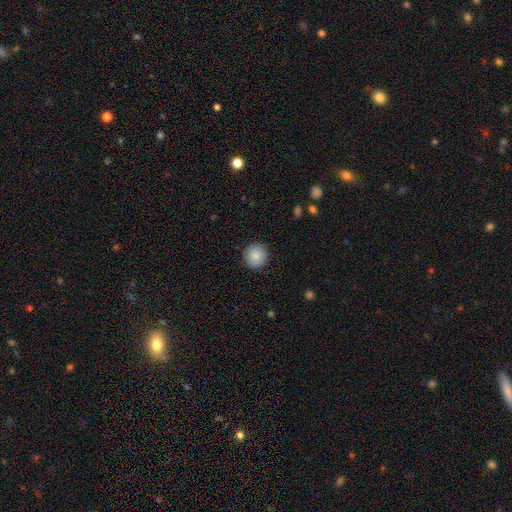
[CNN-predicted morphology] Smooth or featured?
  - smooth: 86% *
  - star or artifact: 8%
  - featured or disk: 6%
How rounded?
  - round: 94% *
  - in between: 5%
  - cigar-shaped: 1%
Merging?
  - none: 90% *
  - minor disturbance: 7%
  - major disturbance: 2%
  - merger: 1%